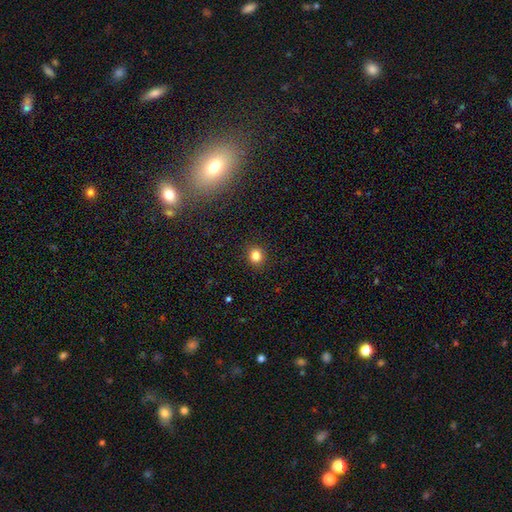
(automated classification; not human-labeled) This is clearly a smooth galaxy (82%). How rounded: clearly round (83%). Merging: clearly none (91%).